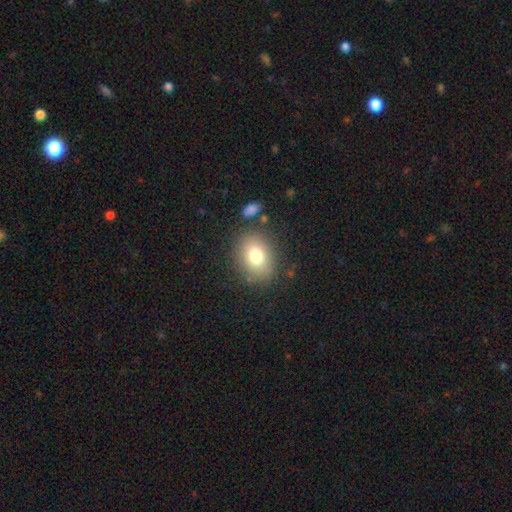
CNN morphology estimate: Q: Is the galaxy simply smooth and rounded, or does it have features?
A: smooth — 78%.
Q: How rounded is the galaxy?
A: in between — 53%.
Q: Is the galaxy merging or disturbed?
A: none — 81%.